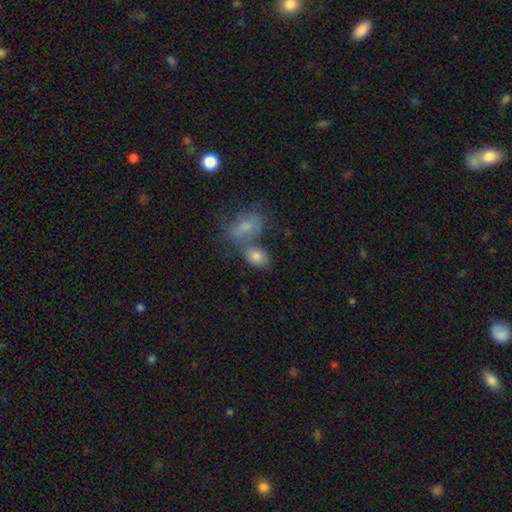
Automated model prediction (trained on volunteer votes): The model was most divided on "merging": none: 43%, merger: 37%, minor disturbance: 14%, major disturbance: 6%. More confident: how rounded — in between (81%); smooth or featured — smooth (76%).